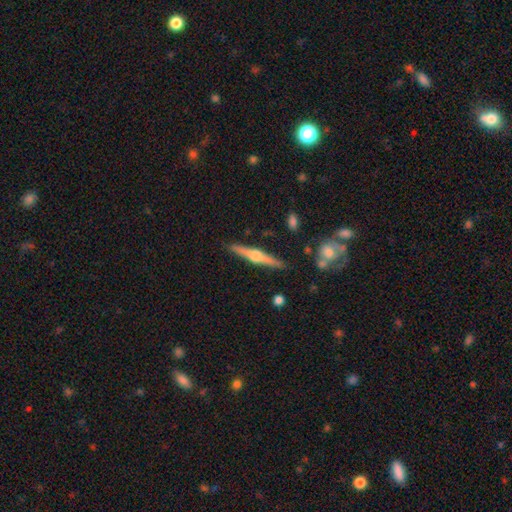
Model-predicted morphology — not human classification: smooth_or_featured: featured or disk (p=0.76) [alt: smooth p=0.19]
disk_edge_on: yes (p=0.98) [alt: no p=0.02]
edge_on_bulge: rounded (p=0.94) [alt: boxy p=0.04]
merging: none (p=0.89) [alt: minor disturbance p=0.07]